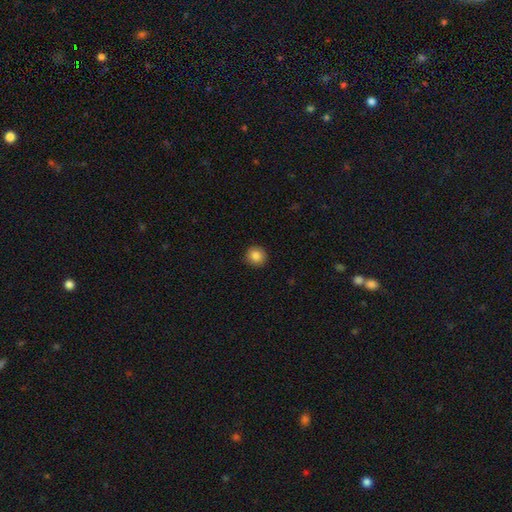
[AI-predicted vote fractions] Overall: smooth (85%). How rounded: round (93%). Merging: none (91%).